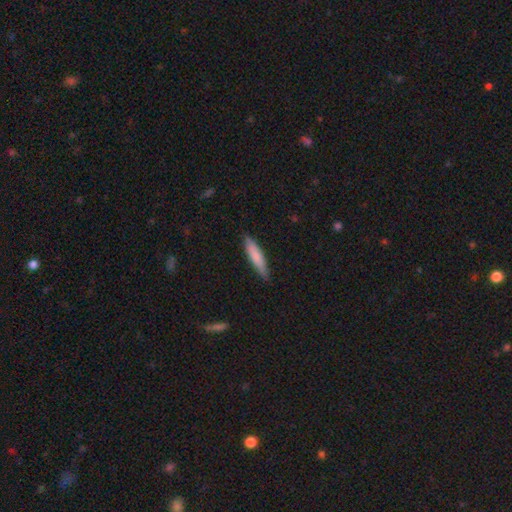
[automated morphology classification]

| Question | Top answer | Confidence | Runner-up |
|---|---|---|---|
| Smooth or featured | smooth | 78% | featured or disk (16%) |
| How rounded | cigar-shaped | 84% | in between (15%) |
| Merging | none | 84% | minor disturbance (13%) |